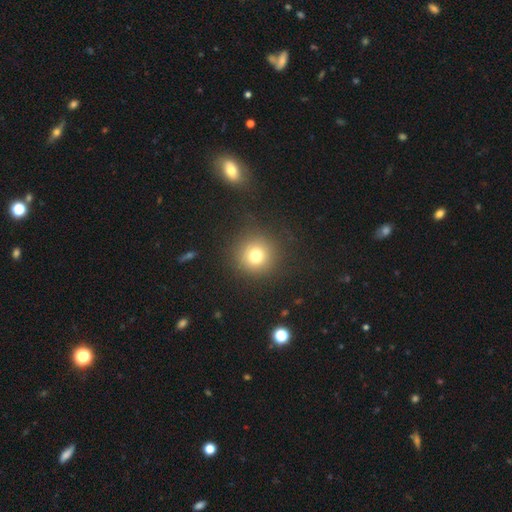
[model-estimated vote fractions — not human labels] Q: Smooth or featured?
A: smooth (76%); runner-up: star or artifact (15%)
Q: How rounded?
A: round (94%); runner-up: in between (5%)
Q: Merging?
A: none (88%); runner-up: minor disturbance (7%)